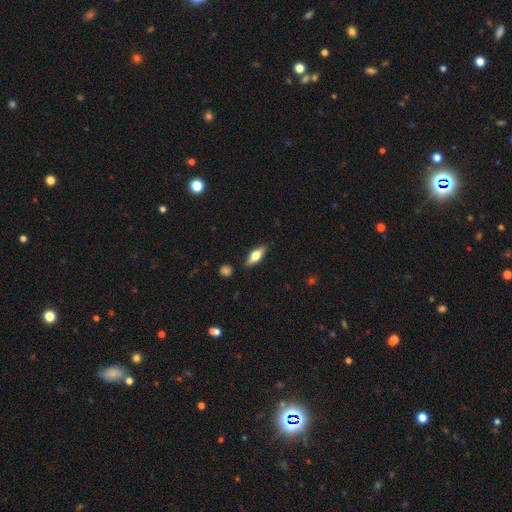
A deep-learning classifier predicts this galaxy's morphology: This is possibly a smooth galaxy (53%). How rounded: likely in between (63%). Merging: clearly none (86%).